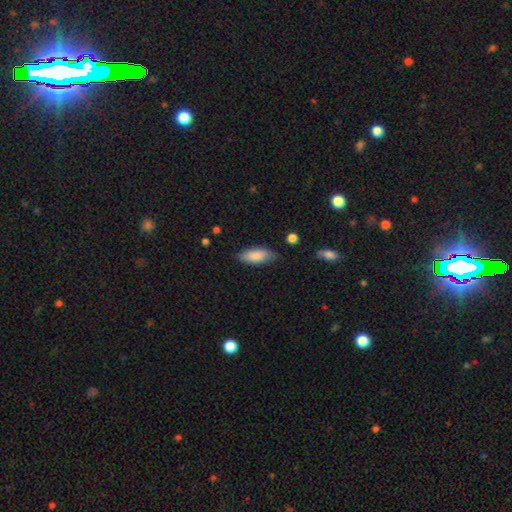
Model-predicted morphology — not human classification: smooth_or_featured: smooth (p=0.86) [alt: featured or disk p=0.08]
how_rounded: in between (p=0.79) [alt: cigar-shaped p=0.19]
merging: none (p=0.80) [alt: minor disturbance p=0.15]